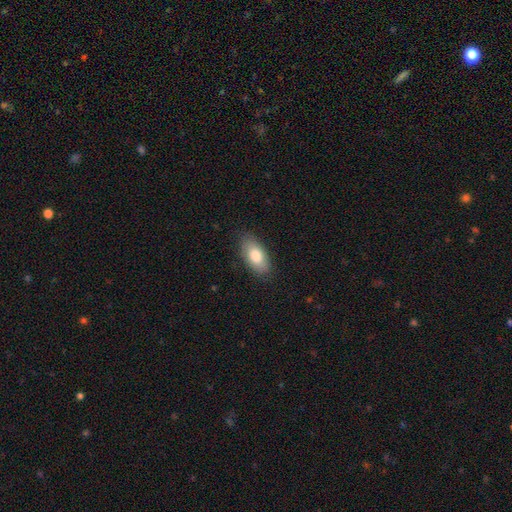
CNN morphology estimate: Smooth or featured?
  - smooth: 81% *
  - featured or disk: 13%
  - star or artifact: 6%
How rounded?
  - in between: 91% *
  - cigar-shaped: 6%
  - round: 3%
Merging?
  - none: 84% *
  - minor disturbance: 12%
  - major disturbance: 3%
  - merger: 1%